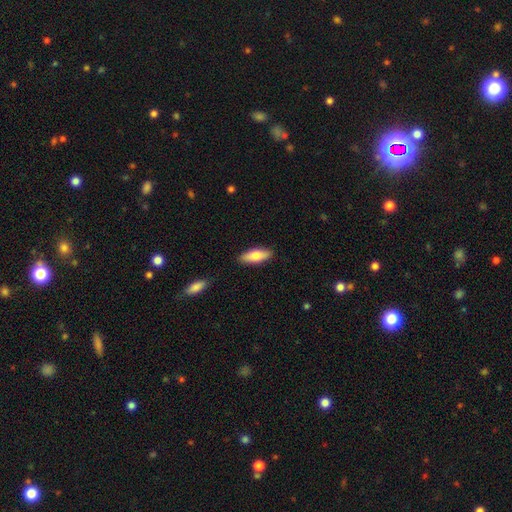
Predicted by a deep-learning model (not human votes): smooth-or-featured: smooth: 74% | featured or disk: 21% | star or artifact: 6%
  how-rounded: in between: 64% | cigar-shaped: 34% | round: 2%
  merging: none: 89% | minor disturbance: 8% | major disturbance: 2% | merger: 1%